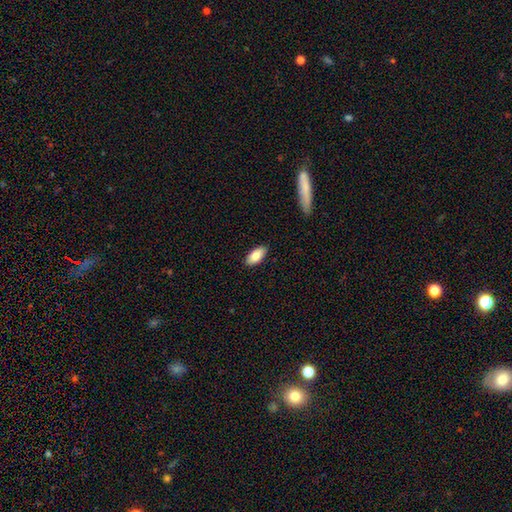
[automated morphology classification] This appears to be a smooth galaxy with no disk features (84%) that is in between round and cigar-shaped (91%). Merging: none (89%).